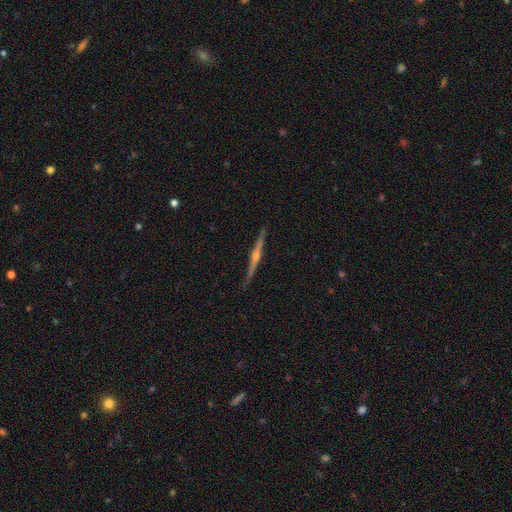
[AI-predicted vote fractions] featured or disk 78%, smooth 14%, star or artifact 8%. Down the decision tree: edge-on disk — yes (97%); edge-on bulge — rounded (82%); merging — none (88%).